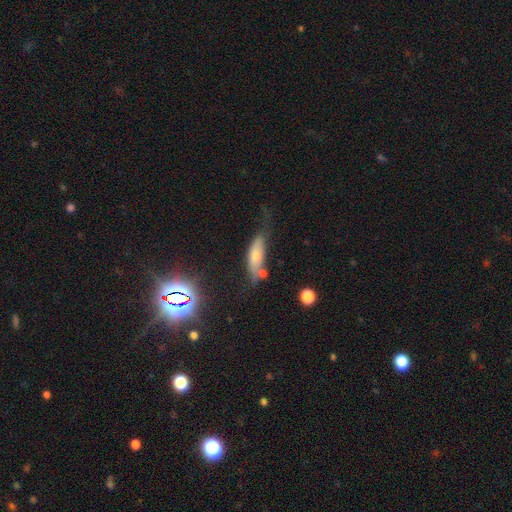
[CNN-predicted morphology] A smooth galaxy with no disk features (66%) that is in between round and cigar-shaped (58%).

Vote fractions:
- Smooth or featured? smooth: 66% / featured or disk: 24% / star or artifact: 10%
- How rounded? in between: 58% / cigar-shaped: 39% / round: 3%
- Merging? none: 45% / minor disturbance: 30% / major disturbance: 14% / merger: 11%